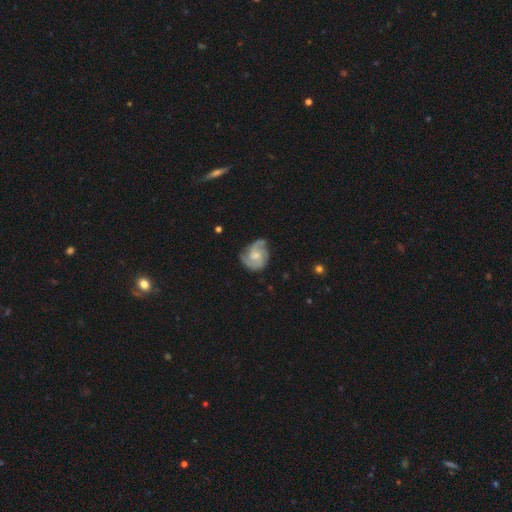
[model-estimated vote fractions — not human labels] A featured or disk galaxy (81%) with no bar (60%), 2 (51%) medium (45%) spiral arms (96%) and a moderate central bulge (46%). Merging: none (63%).